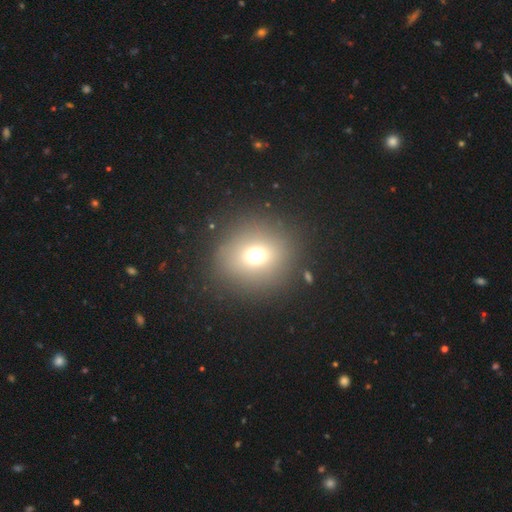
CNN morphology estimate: This is likely a smooth galaxy (67%). How rounded: clearly round (84%). Merging: clearly none (86%).